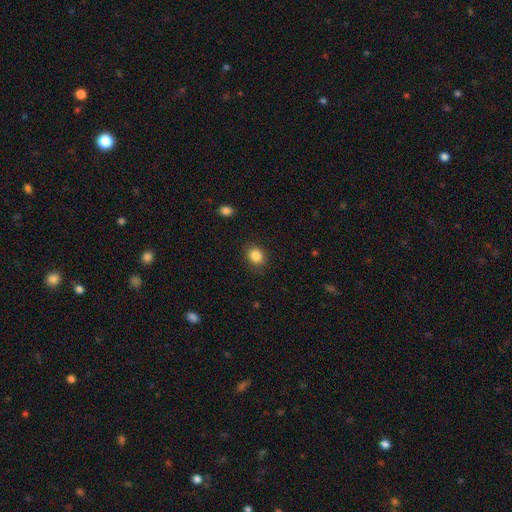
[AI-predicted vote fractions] Smooth or featured? Predicted: smooth (p=0.87). How rounded? Predicted: round (p=0.61). Merging? Predicted: none (p=0.86).